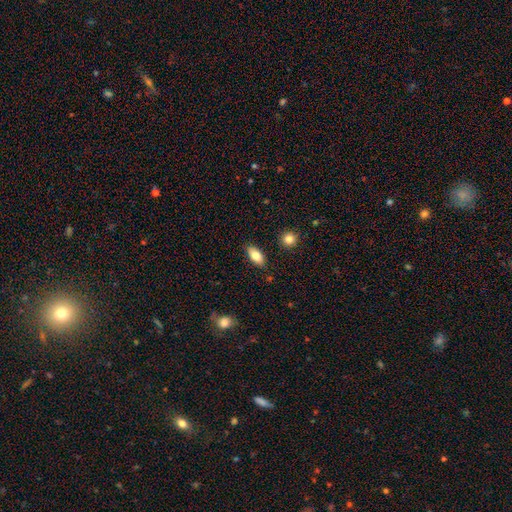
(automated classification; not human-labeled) smooth 78%, featured or disk 15%, star or artifact 7%. Down the decision tree: how rounded — in between (87%); merging — none (87%).